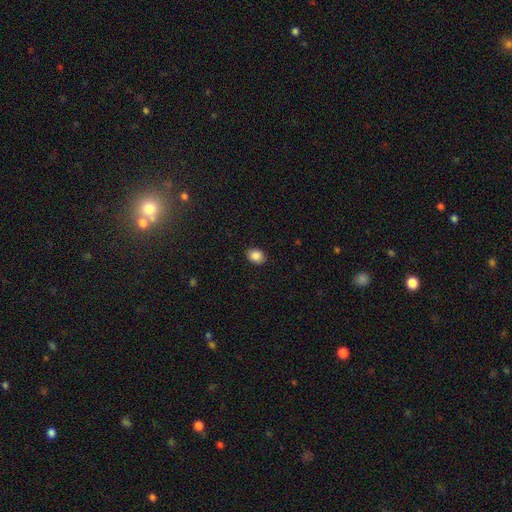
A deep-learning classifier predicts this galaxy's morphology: smooth 88%, star or artifact 9%, featured or disk 4%. Down the decision tree: how rounded — in between (56%); merging — none (89%).